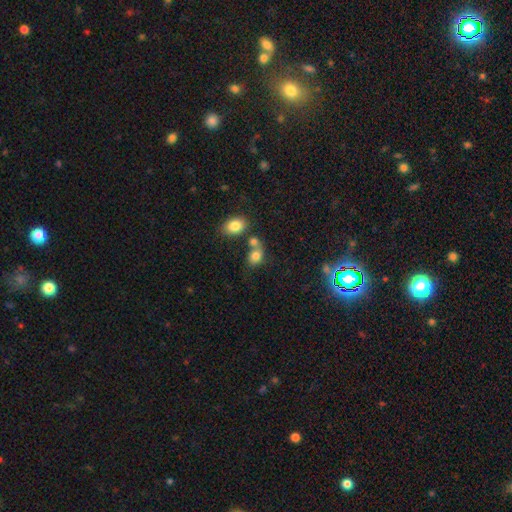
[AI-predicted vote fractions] The model was most divided on "merging": merger: 41%, none: 40%, minor disturbance: 12%, major disturbance: 6%. More confident: smooth or featured — smooth (80%); how rounded — in between (56%).